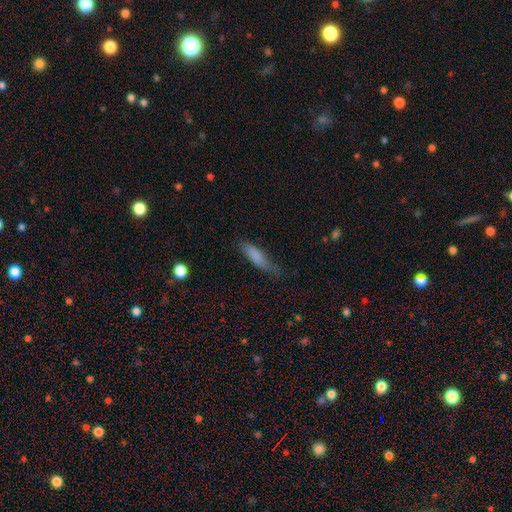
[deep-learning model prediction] Q: Smooth or featured?
A: smooth (79%); runner-up: featured or disk (14%)
Q: How rounded?
A: cigar-shaped (72%); runner-up: in between (26%)
Q: Merging?
A: none (56%); runner-up: minor disturbance (31%)